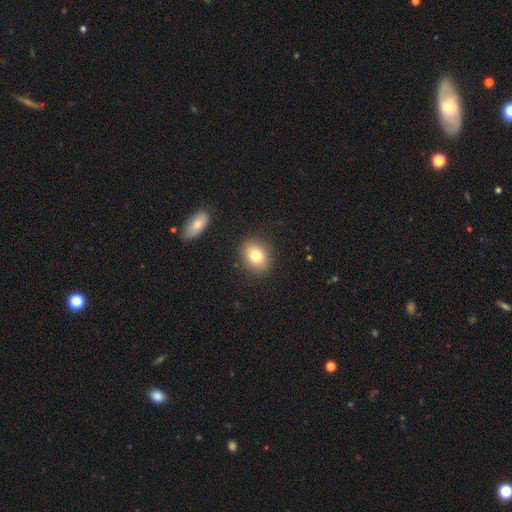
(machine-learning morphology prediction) The model was most divided on "how rounded": in between: 56%, round: 42%, cigar-shaped: 1%. More confident: merging — none (86%); smooth or featured — smooth (80%).